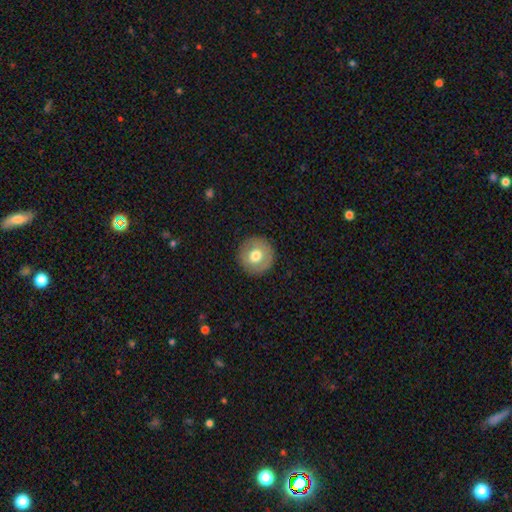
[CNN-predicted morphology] Q: Smooth or featured?
A: smooth (70%); runner-up: featured or disk (22%)
Q: How rounded?
A: round (96%); runner-up: in between (3%)
Q: Merging?
A: none (90%); runner-up: minor disturbance (7%)